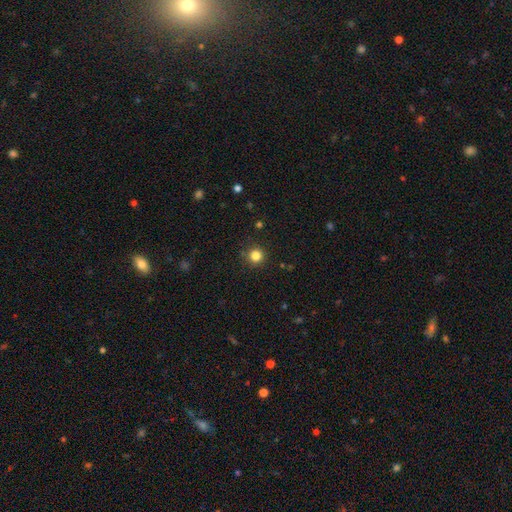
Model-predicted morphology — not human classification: Q: Smooth or featured?
A: smooth (83%); runner-up: star or artifact (13%)
Q: How rounded?
A: round (95%); runner-up: in between (4%)
Q: Merging?
A: none (90%); runner-up: minor disturbance (7%)